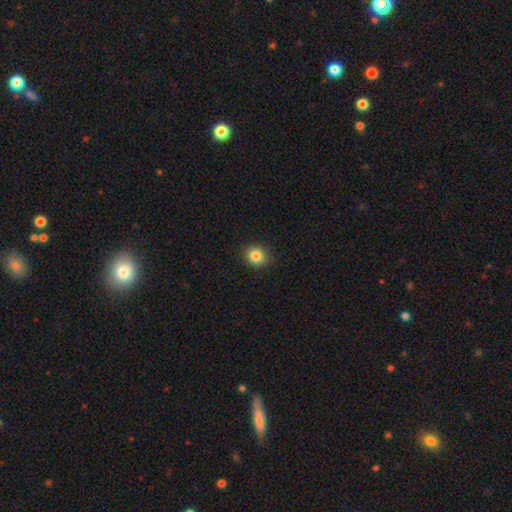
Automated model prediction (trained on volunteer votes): The model was most divided on "how rounded": round: 80%, in between: 20%, cigar-shaped: 1%. More confident: merging — none (89%); smooth or featured — smooth (84%).